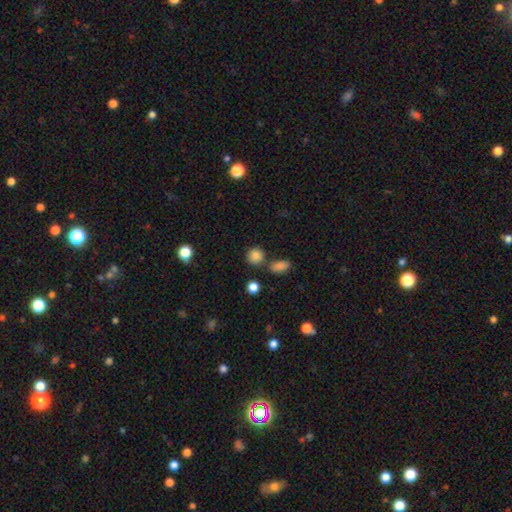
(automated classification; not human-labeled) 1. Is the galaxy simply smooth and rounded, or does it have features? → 84% smooth, 11% star or artifact, 5% featured or disk.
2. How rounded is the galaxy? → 87% round, 12% in between, 1% cigar-shaped.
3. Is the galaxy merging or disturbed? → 74% none, 14% merger, 10% minor disturbance, 3% major disturbance.